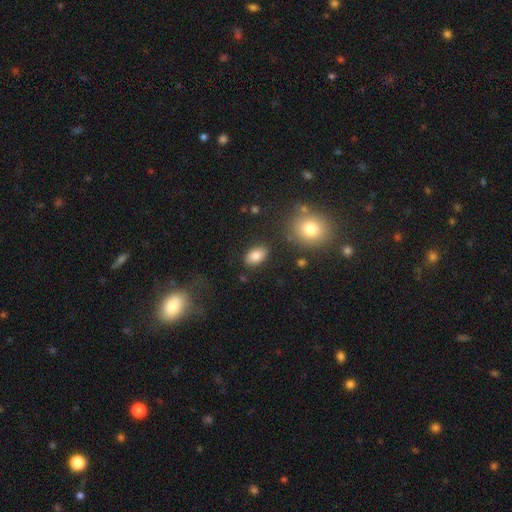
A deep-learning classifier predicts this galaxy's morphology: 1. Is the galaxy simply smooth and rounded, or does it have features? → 83% smooth, 9% featured or disk, 8% star or artifact.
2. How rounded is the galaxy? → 90% in between, 9% round, 2% cigar-shaped.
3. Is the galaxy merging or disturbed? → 85% none, 9% minor disturbance, 3% major disturbance, 3% merger.